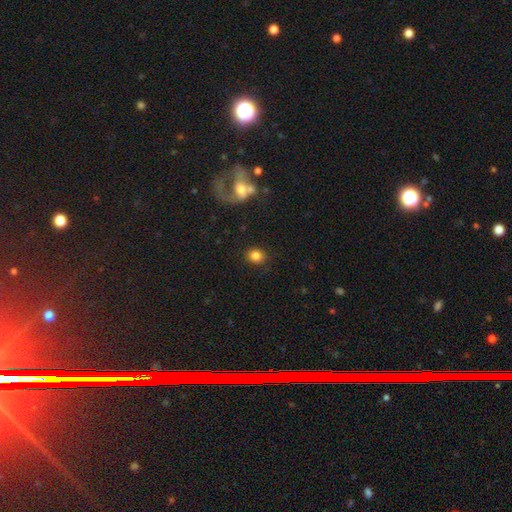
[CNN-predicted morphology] smooth 83%, star or artifact 10%, featured or disk 7%. Down the decision tree: how rounded — round (74%); merging — none (87%).